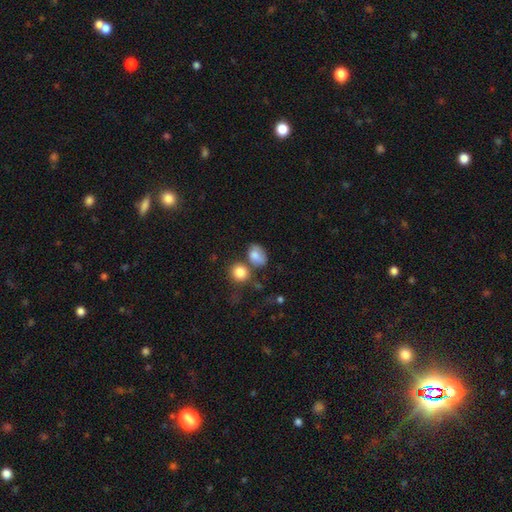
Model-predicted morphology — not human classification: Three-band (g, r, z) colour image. It shows a smooth galaxy with no disk features (80%) that is in between round and cigar-shaped (70%). Merging: none (52%).